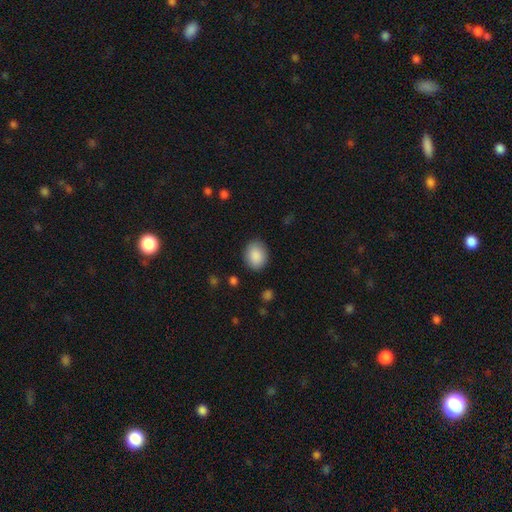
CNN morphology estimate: Smooth or featured: smooth — 89% (star or artifact — 7%)
How rounded: in between — 58% (round — 41%)
Merging: none — 86% (minor disturbance — 10%)